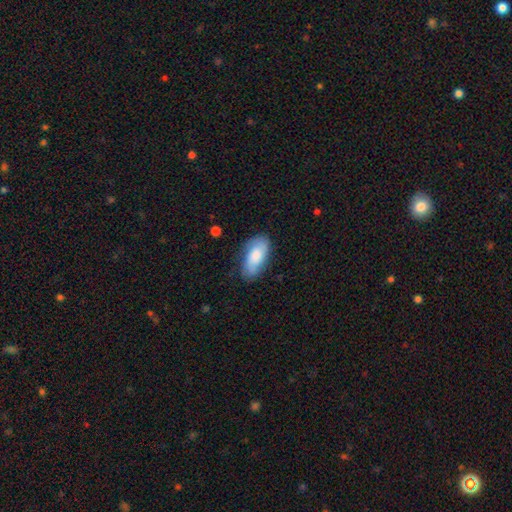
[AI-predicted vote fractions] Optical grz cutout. It shows a smooth galaxy with no disk features (74%) that is in between round and cigar-shaped (90%). Merging: none (72%).